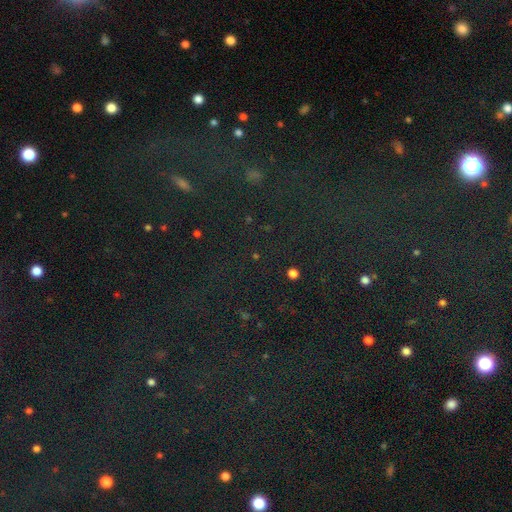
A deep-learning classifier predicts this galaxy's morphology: This is likely a star or artifact rather than a galaxy (77%).